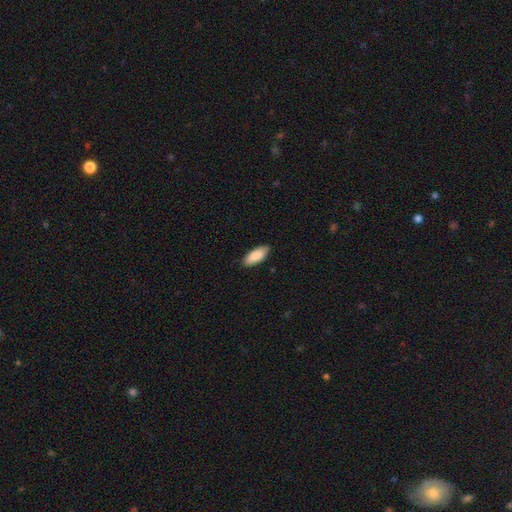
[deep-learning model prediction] A smooth galaxy with no disk features (89%) that is in between round and cigar-shaped (82%). Merging: none (88%).